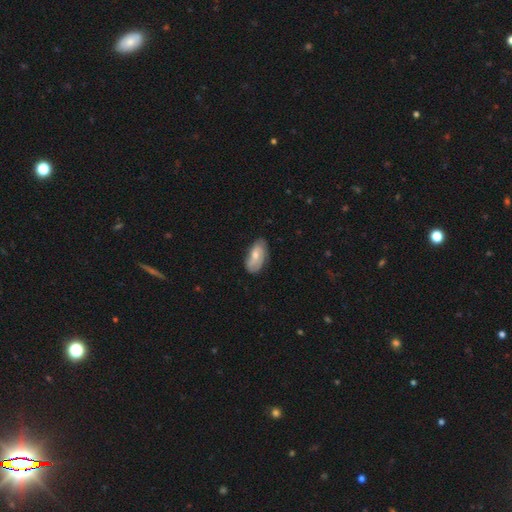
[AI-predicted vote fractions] Morphology: type=featured or disk (50%); merging=none (69%).